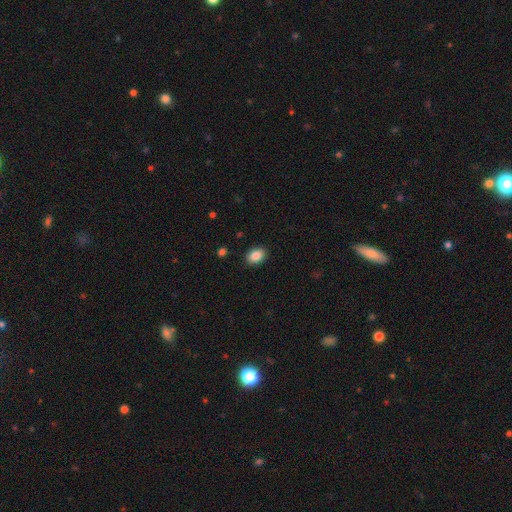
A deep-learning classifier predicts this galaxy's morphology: This is clearly a smooth galaxy (87%). How rounded: likely in between (75%). Merging: clearly none (89%).